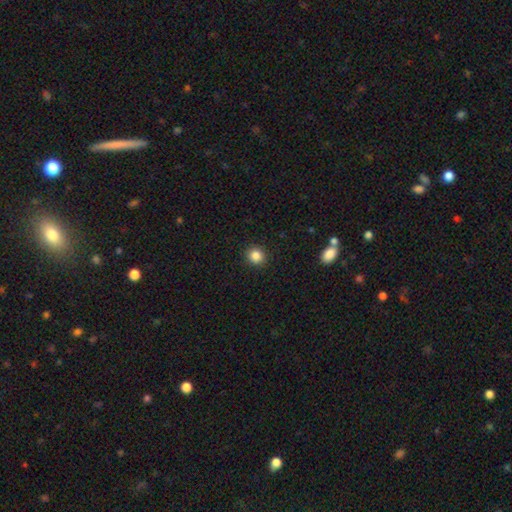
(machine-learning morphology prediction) Q: Smooth or featured?
A: smooth (86%); runner-up: star or artifact (11%)
Q: How rounded?
A: round (89%); runner-up: in between (10%)
Q: Merging?
A: none (92%); runner-up: minor disturbance (5%)